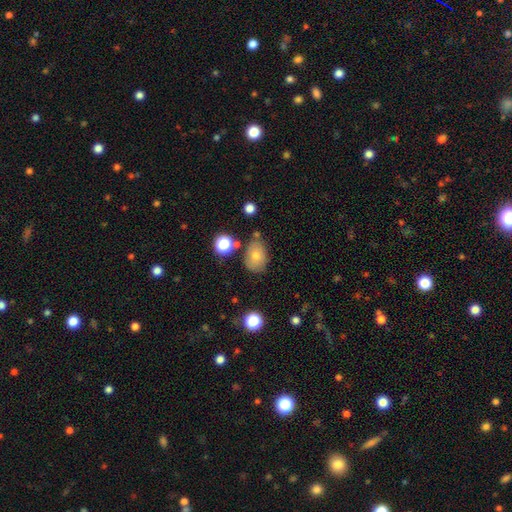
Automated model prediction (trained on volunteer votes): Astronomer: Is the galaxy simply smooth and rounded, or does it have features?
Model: smooth — 74%.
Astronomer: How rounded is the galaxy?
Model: in between — 77%.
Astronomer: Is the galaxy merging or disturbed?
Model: none — 67%.